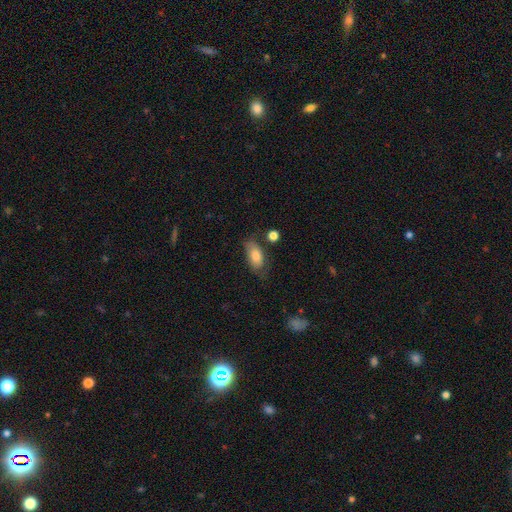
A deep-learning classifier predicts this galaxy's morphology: Smooth or featured? smooth (76%)
How rounded? in between (89%)
Merging? none (59%)